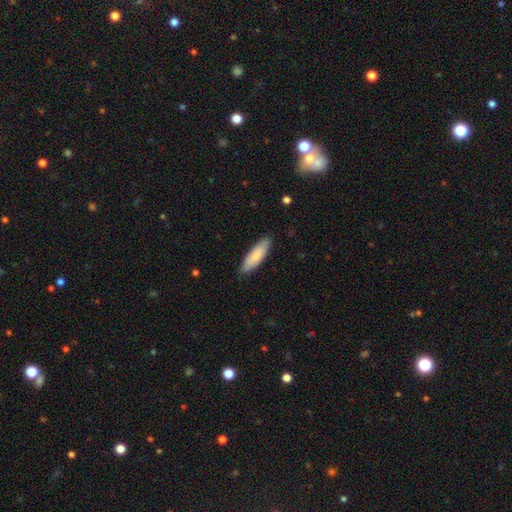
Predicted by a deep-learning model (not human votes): smooth 81%, featured or disk 14%, star or artifact 5%. Down the decision tree: how rounded — cigar-shaped (52%); merging — none (87%).